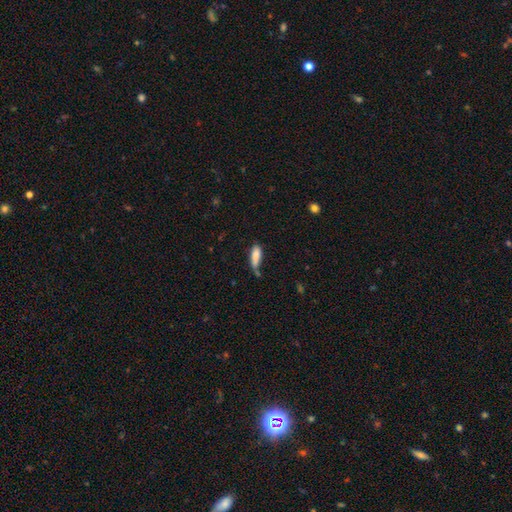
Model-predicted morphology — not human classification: smooth-or-featured: smooth: 82% | featured or disk: 11% | star or artifact: 8%
  how-rounded: in between: 59% | cigar-shaped: 39% | round: 2%
  merging: none: 45% | minor disturbance: 33% | merger: 12% | major disturbance: 11%